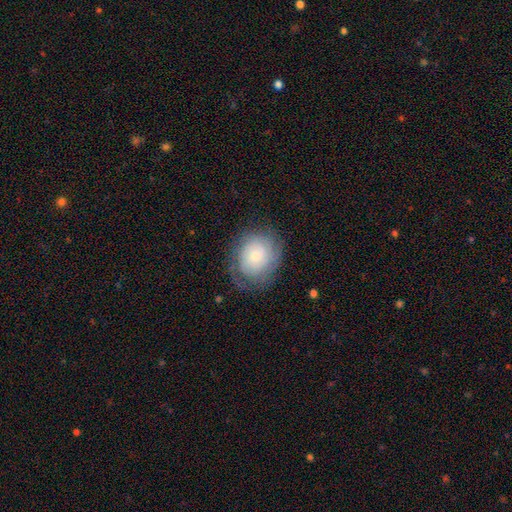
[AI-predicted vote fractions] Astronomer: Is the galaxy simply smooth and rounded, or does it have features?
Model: featured or disk — 49% (runner-up: smooth, 43%).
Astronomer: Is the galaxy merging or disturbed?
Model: none — 70%.